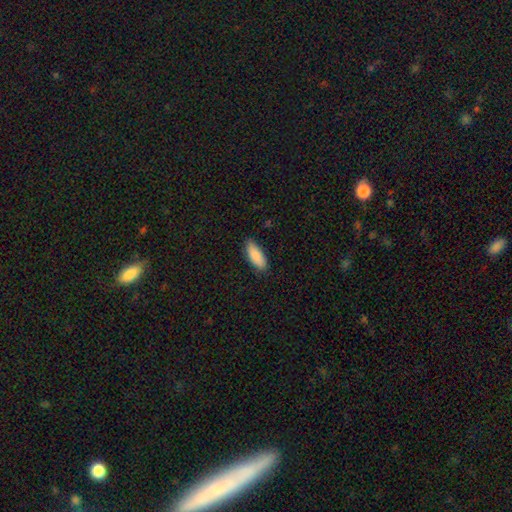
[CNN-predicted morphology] type=smooth (88%); roundness=in between (73%); merging=none (83%).